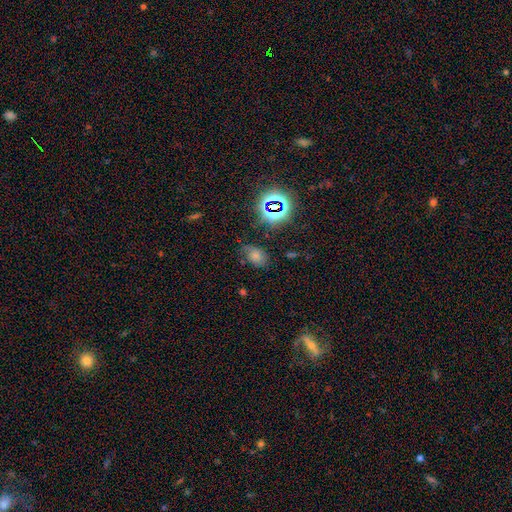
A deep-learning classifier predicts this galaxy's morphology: A smooth galaxy with no disk features (56%) that is in between round and cigar-shaped (79%). Merging: none (60%).